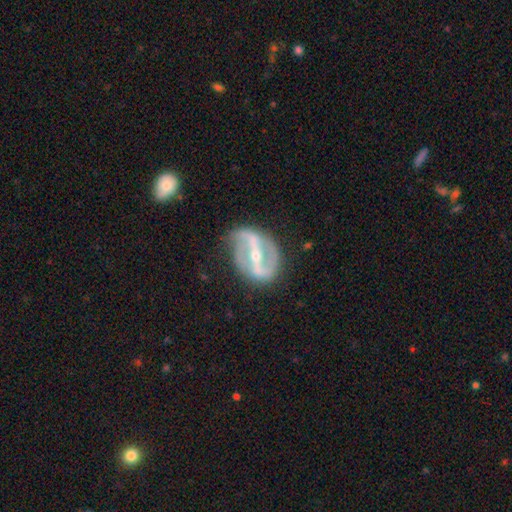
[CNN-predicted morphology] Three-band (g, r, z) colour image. It shows a featured or disk galaxy (89%) with a strong bar (80%), 2 (88%) medium (41%) spiral arms (88%) and a small central bulge (59%). Merging: none (70%).